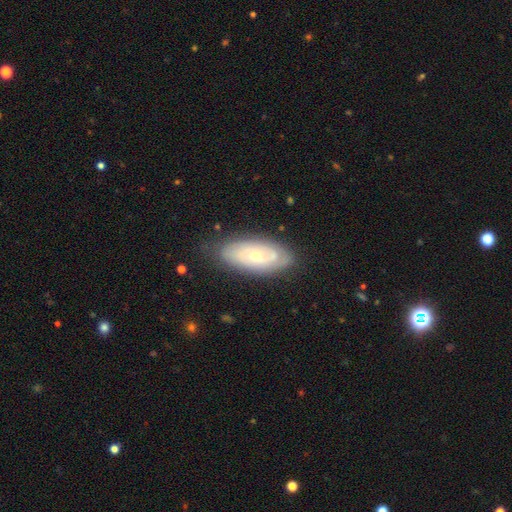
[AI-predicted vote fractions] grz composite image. It shows a featured or disk galaxy (61%) with no bar (76%), spiral arms (71%) and a small central bulge (57%). Merging: none (76%).